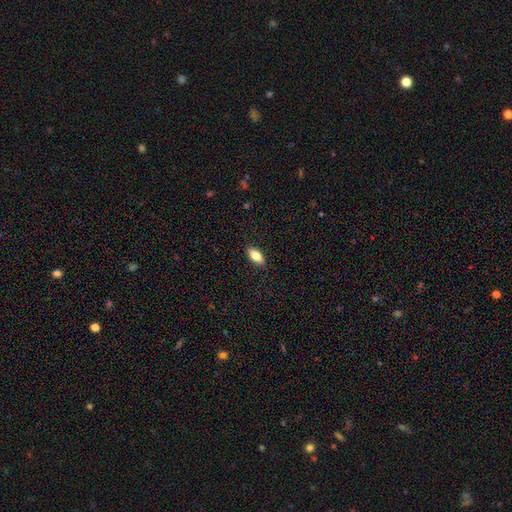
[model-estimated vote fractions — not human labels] Smooth or featured? smooth (79%)
How rounded? in between (84%)
Merging? none (89%)